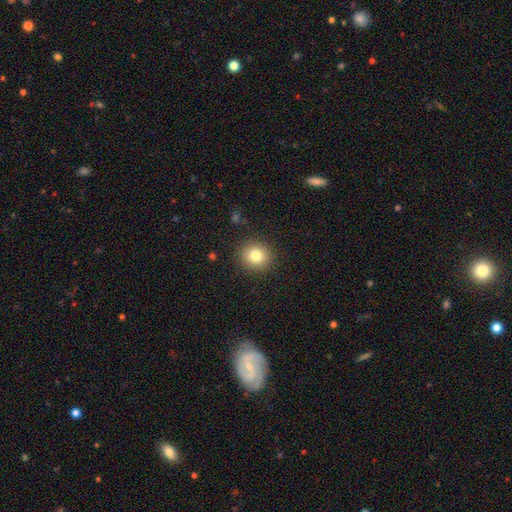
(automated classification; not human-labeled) A smooth galaxy with no disk features (80%) that is round (89%).

Vote fractions:
- Smooth or featured? smooth: 80% / star or artifact: 11% / featured or disk: 9%
- How rounded? round: 89% / in between: 10% / cigar-shaped: 1%
- Merging? none: 90% / minor disturbance: 7% / major disturbance: 2% / merger: 1%